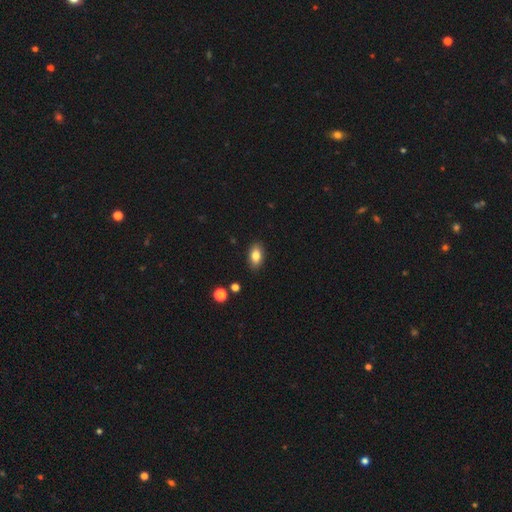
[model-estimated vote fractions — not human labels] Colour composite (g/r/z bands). It shows a smooth galaxy with no disk features (82%) that is in between round and cigar-shaped (90%). Merging: none (88%).